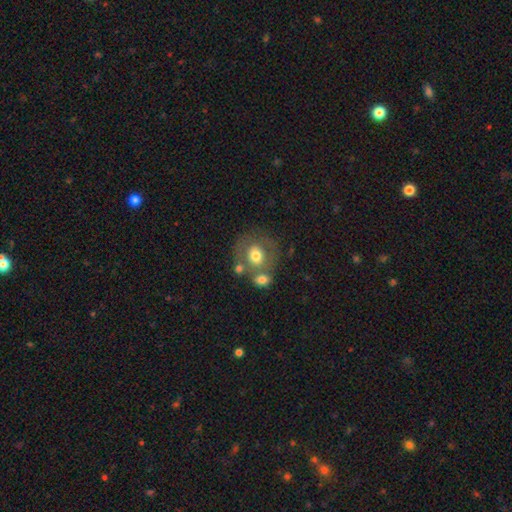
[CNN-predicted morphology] Smooth or featured? smooth (63%)
How rounded? round (80%)
Merging? none (53%)